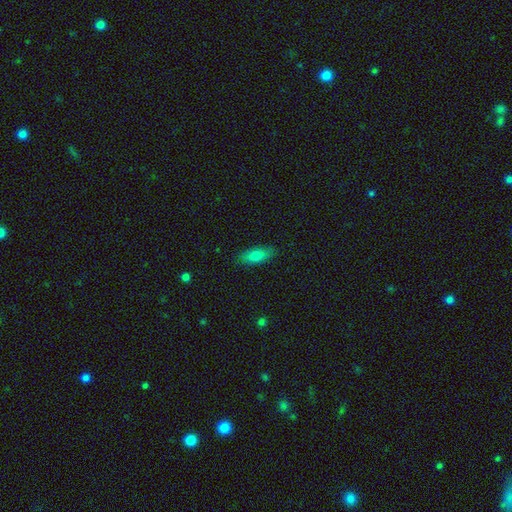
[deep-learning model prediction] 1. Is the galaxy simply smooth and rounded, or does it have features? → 78% smooth, 15% featured or disk, 8% star or artifact.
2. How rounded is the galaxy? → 76% in between, 21% cigar-shaped, 3% round.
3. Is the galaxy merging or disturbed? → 87% none, 10% minor disturbance, 2% major disturbance, 1% merger.